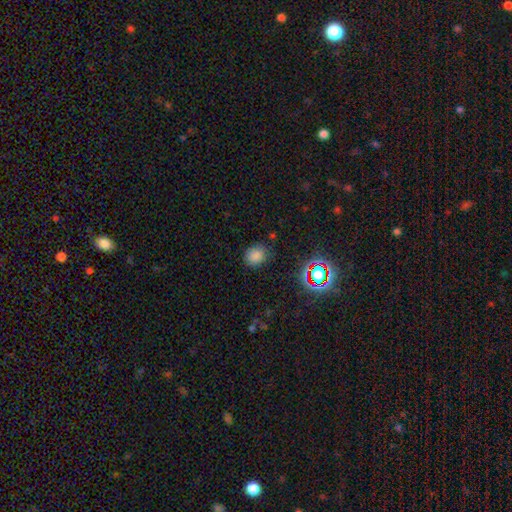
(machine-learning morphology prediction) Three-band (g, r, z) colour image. It shows a smooth galaxy with no disk features (76%) that is round (66%). Merging: none (80%).